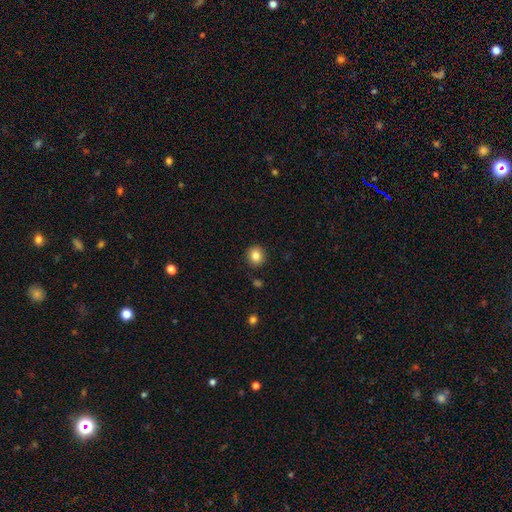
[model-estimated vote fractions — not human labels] This is clearly a smooth galaxy (83%). How rounded: clearly round (88%). Merging: clearly none (90%).